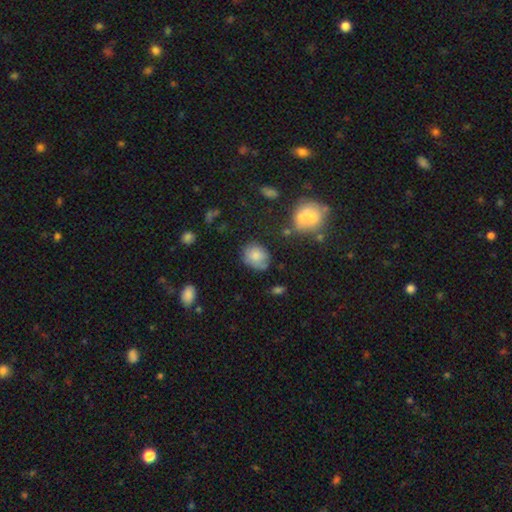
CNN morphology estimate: Smooth or featured? Predicted: smooth (p=0.75). How rounded? Predicted: round (p=0.52). Merging? Predicted: none (p=0.62).